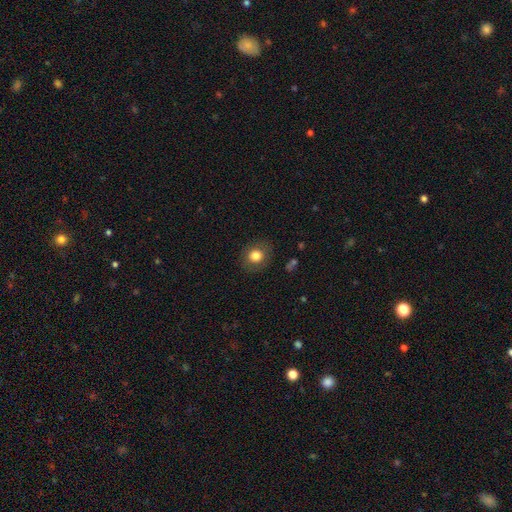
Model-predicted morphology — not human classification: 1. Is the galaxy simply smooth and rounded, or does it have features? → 78% smooth, 12% featured or disk, 9% star or artifact.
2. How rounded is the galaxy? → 74% round, 25% in between, 1% cigar-shaped.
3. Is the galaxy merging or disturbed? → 84% none, 11% minor disturbance, 4% major disturbance, 1% merger.